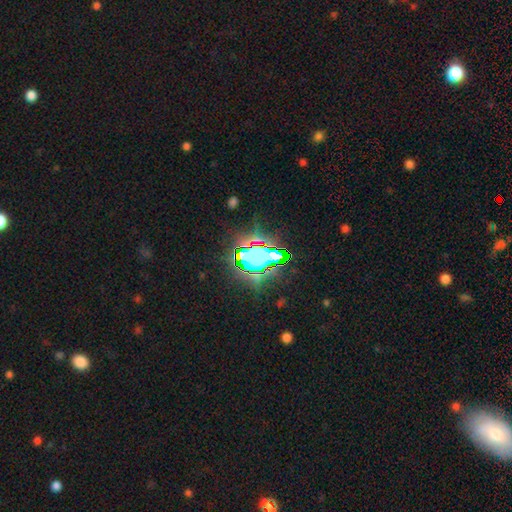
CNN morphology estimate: Smooth or featured? Predicted: star or artifact (p=0.61).